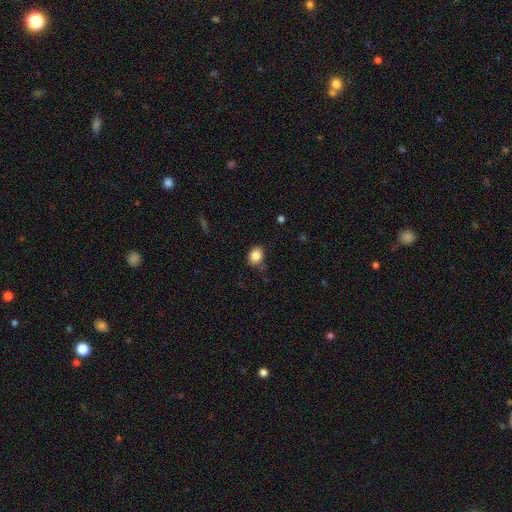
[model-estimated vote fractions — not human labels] Smooth or featured: smooth — 85% (star or artifact — 9%)
How rounded: in between — 54% (round — 45%)
Merging: none — 70% (minor disturbance — 23%)